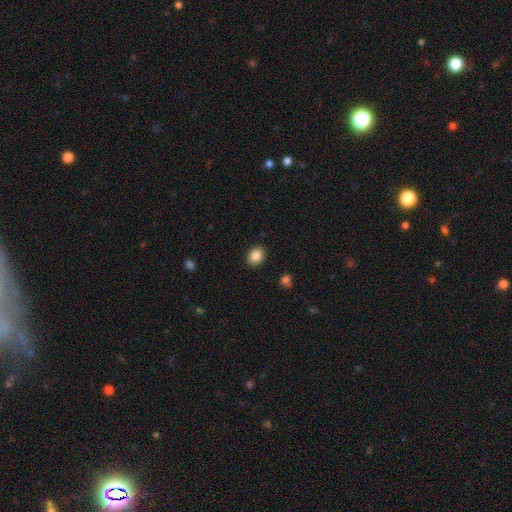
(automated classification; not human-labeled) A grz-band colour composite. It shows a smooth galaxy with no disk features (87%) that is in between round and cigar-shaped (55%). Merging: none (89%).